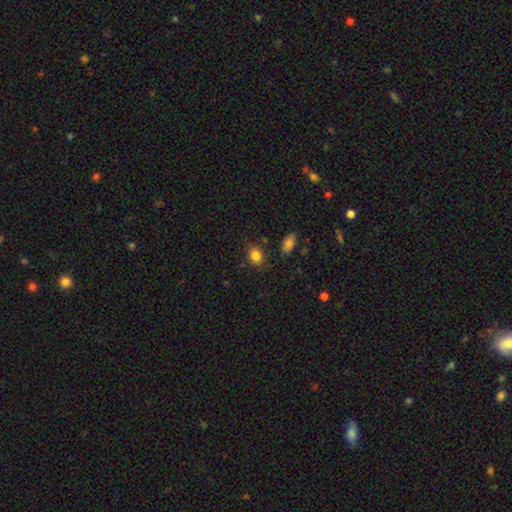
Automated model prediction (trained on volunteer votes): This is clearly a smooth galaxy (85%). How rounded: possibly in between (51%). Merging: likely none (79%).